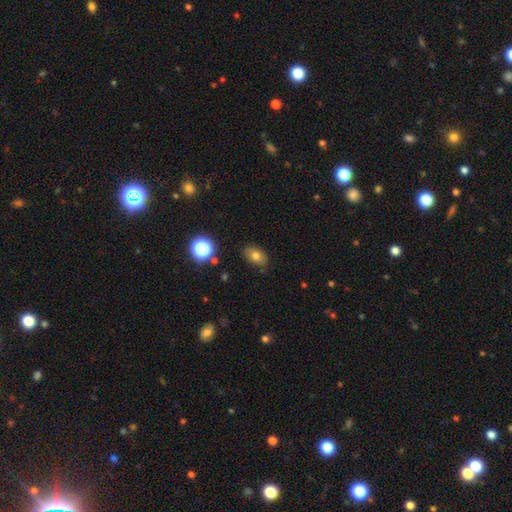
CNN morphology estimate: Smooth or featured? Predicted: smooth (p=0.73). How rounded? Predicted: in between (p=0.80). Merging? Predicted: none (p=0.82).